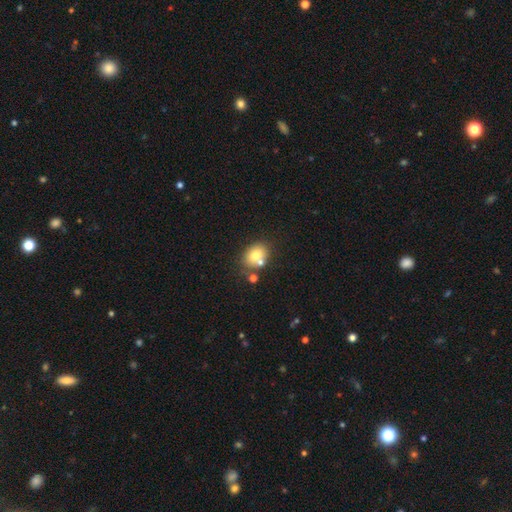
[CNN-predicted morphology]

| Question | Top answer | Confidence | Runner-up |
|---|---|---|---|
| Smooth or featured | smooth | 75% | featured or disk (14%) |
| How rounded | in between | 60% | round (39%) |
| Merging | none | 60% | merger (22%) |